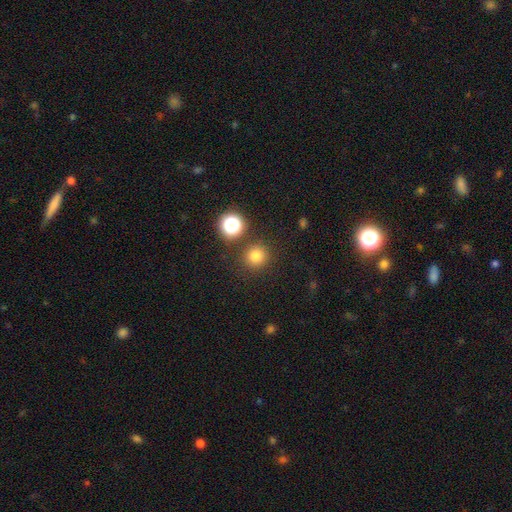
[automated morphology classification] This appears to be a smooth galaxy with no disk features (78%) that is round (93%). Merging: none (87%).